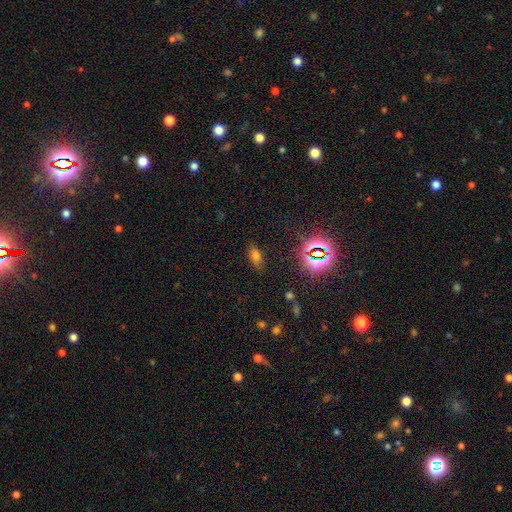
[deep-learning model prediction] smooth-or-featured: smooth: 62% | star or artifact: 28% | featured or disk: 10%
  how-rounded: in between: 84% | cigar-shaped: 9% | round: 7%
  merging: none: 77% | minor disturbance: 15% | major disturbance: 5% | merger: 2%